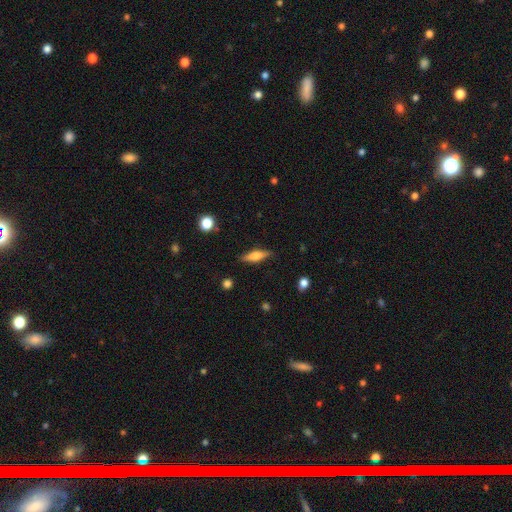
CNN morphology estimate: This is possibly a smooth galaxy (51%). How rounded: possibly cigar-shaped (54%). Merging: clearly none (85%).